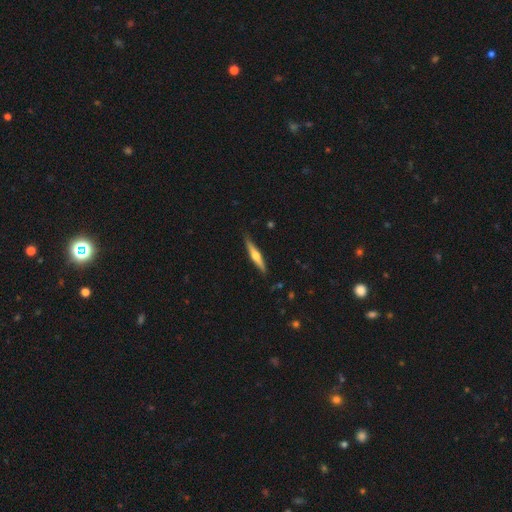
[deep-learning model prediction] Smooth or featured? Predicted: featured or disk (p=0.62). Edge-on disk? Predicted: yes (p=0.97). Edge-on bulge? Predicted: rounded (p=0.91). Merging? Predicted: none (p=0.87).